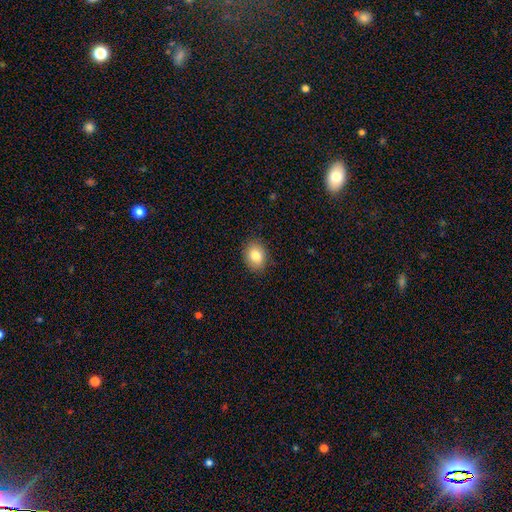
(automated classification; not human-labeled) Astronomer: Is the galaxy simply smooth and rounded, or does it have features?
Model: smooth — 83%.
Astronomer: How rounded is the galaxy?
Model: in between — 61% (runner-up: round, 38%).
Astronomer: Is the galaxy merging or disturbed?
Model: none — 87%.